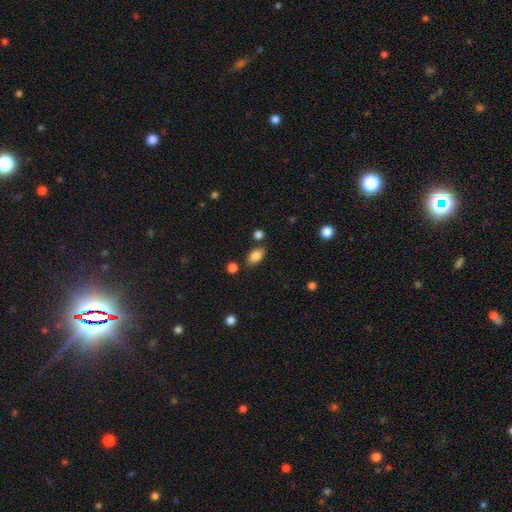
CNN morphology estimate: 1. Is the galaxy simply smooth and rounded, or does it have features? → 84% smooth, 9% star or artifact, 7% featured or disk.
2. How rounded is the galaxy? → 88% in between, 10% round, 2% cigar-shaped.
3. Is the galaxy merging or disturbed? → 79% none, 12% minor disturbance, 6% merger, 3% major disturbance.